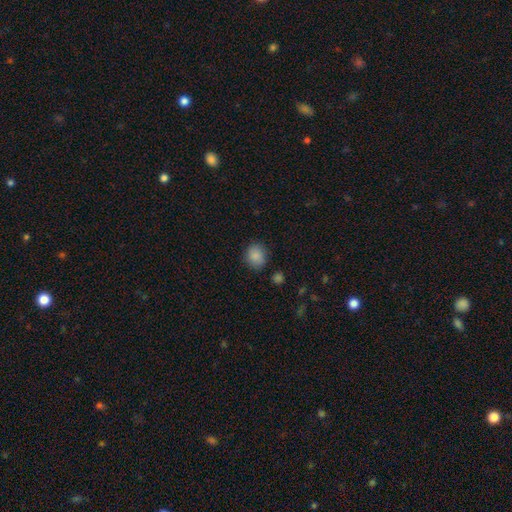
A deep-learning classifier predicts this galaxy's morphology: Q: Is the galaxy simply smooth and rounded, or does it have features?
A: smooth — 87%.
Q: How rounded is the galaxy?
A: round — 73%.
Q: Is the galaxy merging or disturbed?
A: none — 85%.